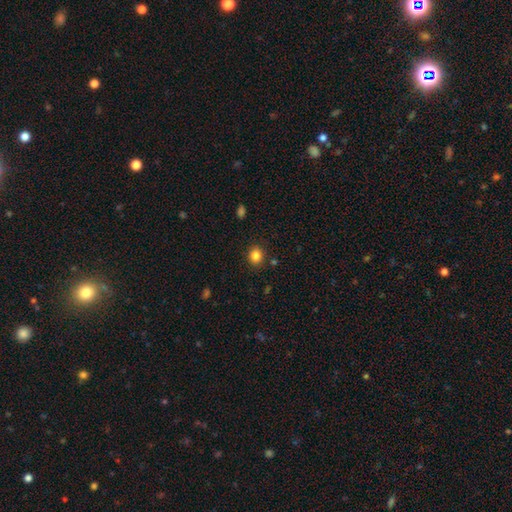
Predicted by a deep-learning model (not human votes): Q: Smooth or featured?
A: smooth (85%); runner-up: star or artifact (11%)
Q: How rounded?
A: round (72%); runner-up: in between (27%)
Q: Merging?
A: none (87%); runner-up: minor disturbance (8%)